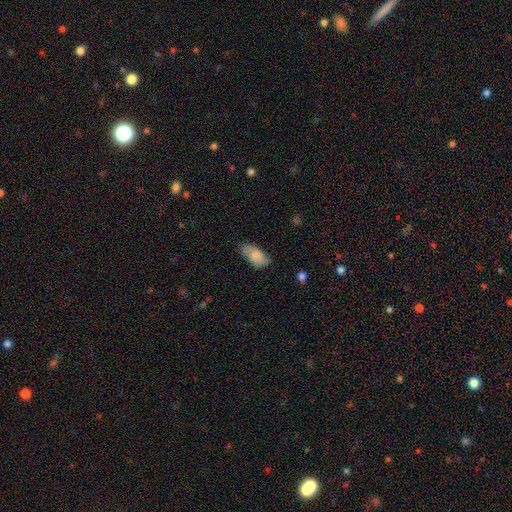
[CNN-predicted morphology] type=smooth (82%); roundness=in between (92%); merging=none (54%).